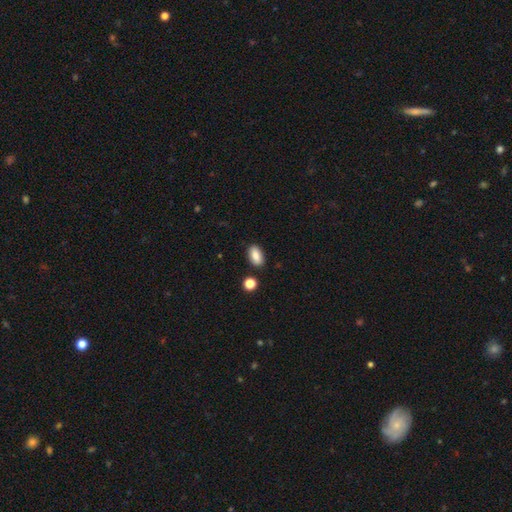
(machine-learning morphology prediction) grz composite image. It shows a smooth galaxy with no disk features (84%) that is in between round and cigar-shaped (91%). Merging: none (86%).